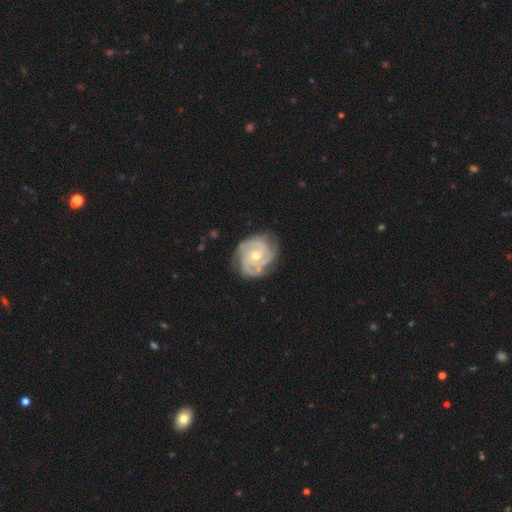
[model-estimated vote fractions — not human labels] Smooth or featured? Predicted: featured or disk (p=0.89). Edge-on disk? Predicted: no (p=0.98). Bar? Predicted: no (p=0.71). Spiral arms? Predicted: yes (p=0.97). Spiral winding? Predicted: tight (p=0.68). Spiral arm count? Predicted: 3 (p=0.44). Bulge size? Predicted: moderate (p=0.57). Merging? Predicted: none (p=0.75).